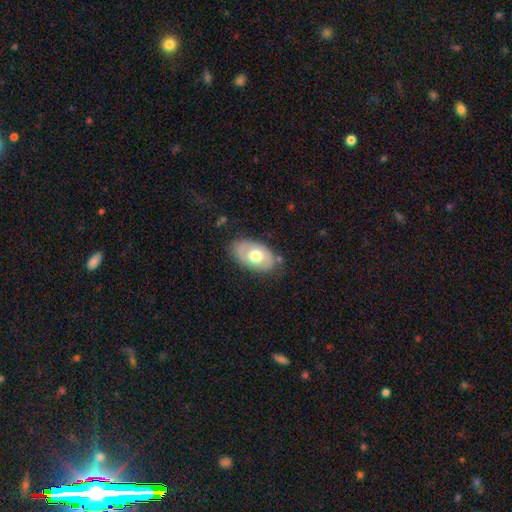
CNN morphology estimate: A smooth galaxy with no disk features (60%) that is in between round and cigar-shaped (91%). Merging: none (76%).